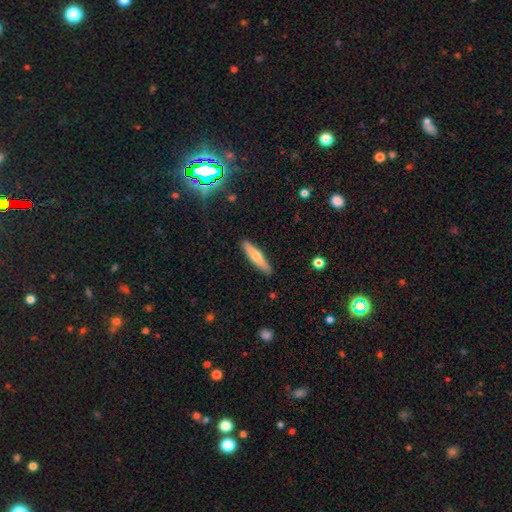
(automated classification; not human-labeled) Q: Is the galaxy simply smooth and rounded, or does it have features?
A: smooth — 65%.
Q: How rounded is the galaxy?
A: cigar-shaped — 84%.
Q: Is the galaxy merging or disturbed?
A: none — 90%.